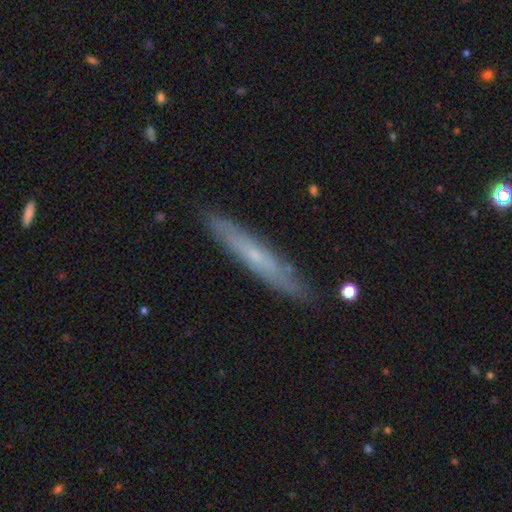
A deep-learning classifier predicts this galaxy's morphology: featured or disk 56%, smooth 37%, star or artifact 7%. Down the decision tree: edge-on disk — yes (76%); merging — none (85%).